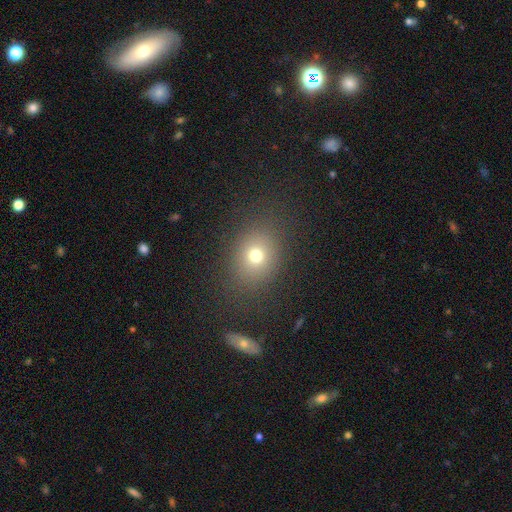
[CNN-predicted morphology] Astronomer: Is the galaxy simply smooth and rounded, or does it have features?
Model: smooth — 72%.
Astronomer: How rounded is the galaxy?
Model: round — 57% (runner-up: in between, 41%).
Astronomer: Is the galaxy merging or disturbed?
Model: none — 83%.